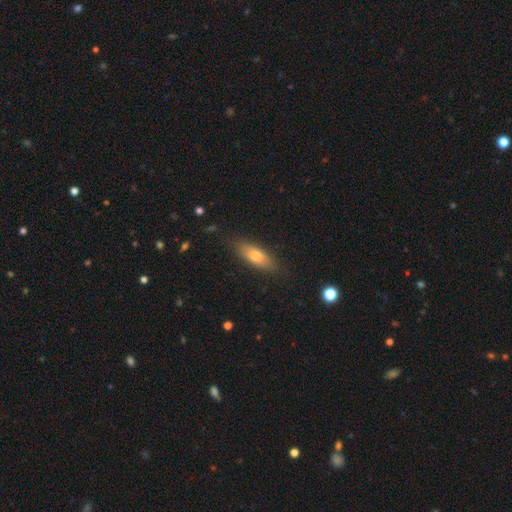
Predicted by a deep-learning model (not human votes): Smooth or featured? Predicted: smooth (p=0.67). How rounded? Predicted: in between (p=0.57). Merging? Predicted: none (p=0.82).